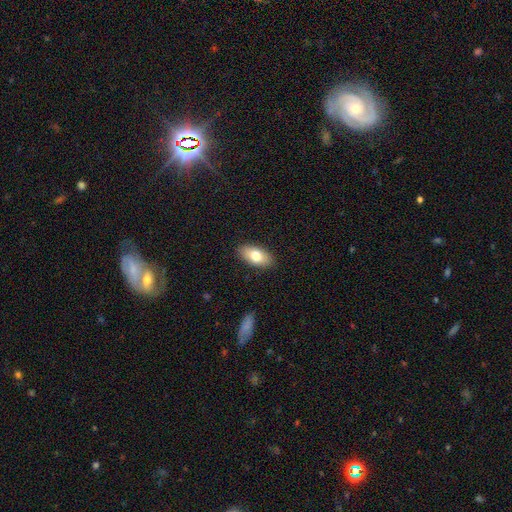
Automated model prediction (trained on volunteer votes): Morphology: type=smooth (77%); roundness=in between (91%); merging=none (88%).